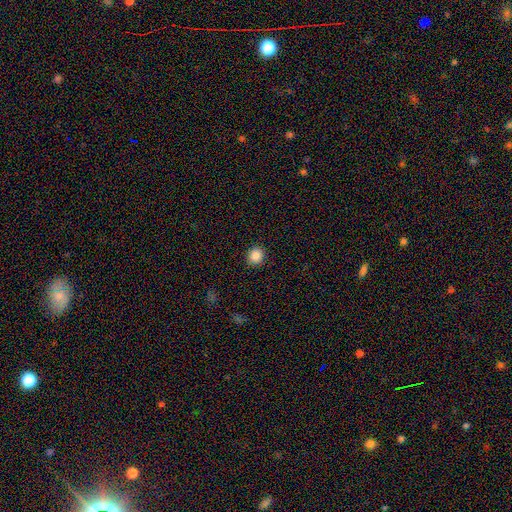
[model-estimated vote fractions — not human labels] The model was most divided on "how rounded": round: 86%, in between: 13%, cigar-shaped: 1%. More confident: merging — none (92%); smooth or featured — smooth (86%).